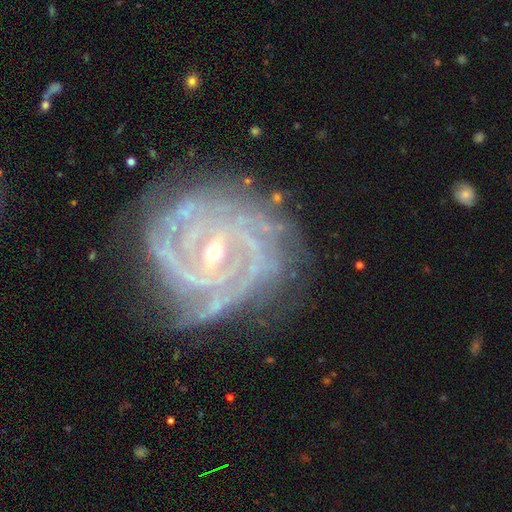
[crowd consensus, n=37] A featured or disk galaxy (92%) with a weak bar (47%), 2 (56%) tight (78%) spiral arms (100%) and a small central bulge (75%). Merging: none (63%).